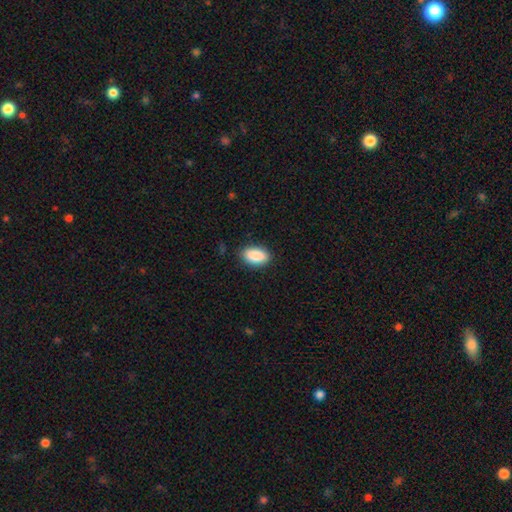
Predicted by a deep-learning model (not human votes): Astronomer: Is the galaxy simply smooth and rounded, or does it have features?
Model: smooth — 89%.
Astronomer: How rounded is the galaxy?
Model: in between — 92%.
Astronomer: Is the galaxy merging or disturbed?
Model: none — 87%.